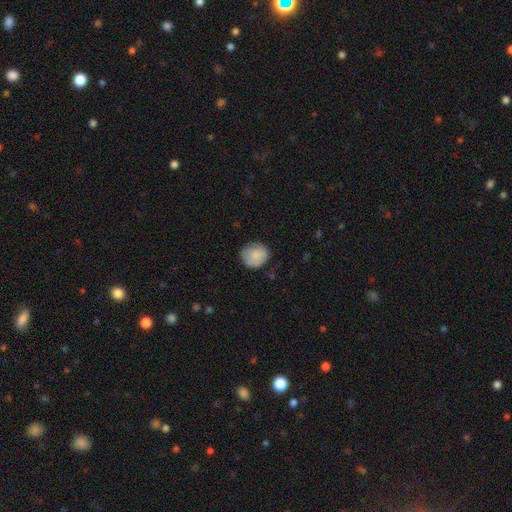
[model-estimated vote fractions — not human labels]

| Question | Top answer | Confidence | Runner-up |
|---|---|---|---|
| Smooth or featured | smooth | 82% | featured or disk (11%) |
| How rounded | round | 84% | in between (15%) |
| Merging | none | 74% | minor disturbance (20%) |